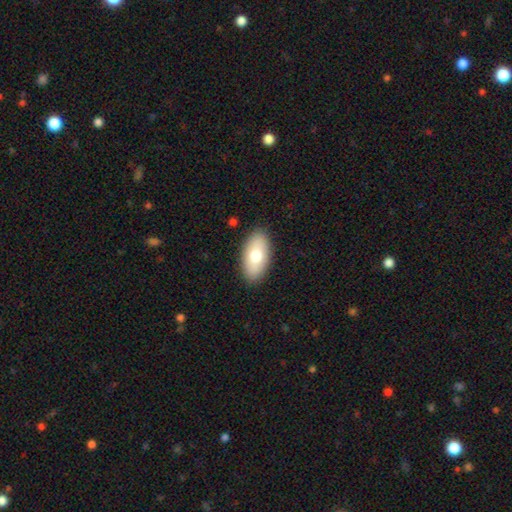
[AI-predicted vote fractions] smooth_or_featured: smooth (p=0.73) [alt: featured or disk p=0.21]
how_rounded: in between (p=0.93) [alt: cigar-shaped p=0.04]
merging: none (p=0.88) [alt: minor disturbance p=0.09]